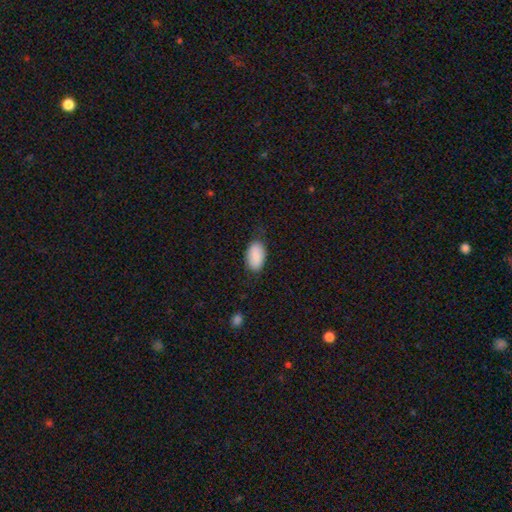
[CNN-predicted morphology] smooth 89%, star or artifact 6%, featured or disk 5%. Down the decision tree: how rounded — in between (94%); merging — none (74%).